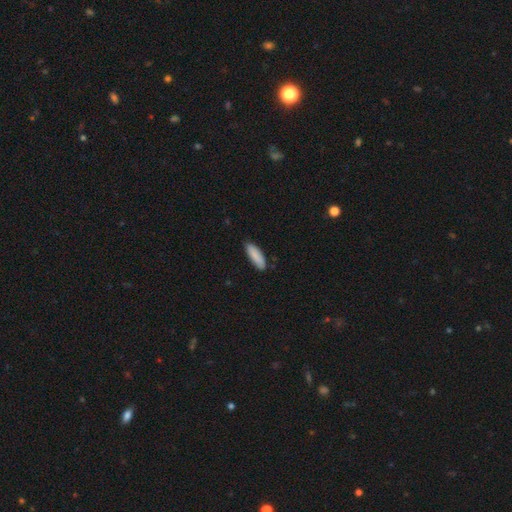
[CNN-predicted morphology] This is clearly a smooth galaxy (88%). How rounded: possibly in between (55%). Merging: clearly none (84%).